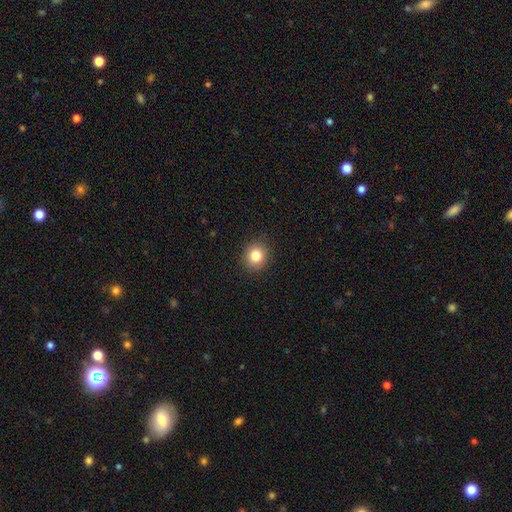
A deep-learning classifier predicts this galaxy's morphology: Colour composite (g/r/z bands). It shows a smooth galaxy with no disk features (83%) that is round (85%). Merging: none (91%).